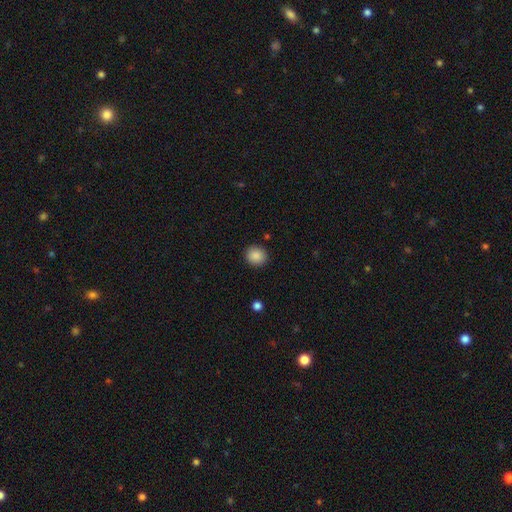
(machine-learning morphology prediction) This appears to be a smooth galaxy with no disk features (88%) that is round (85%). Merging: none (90%).